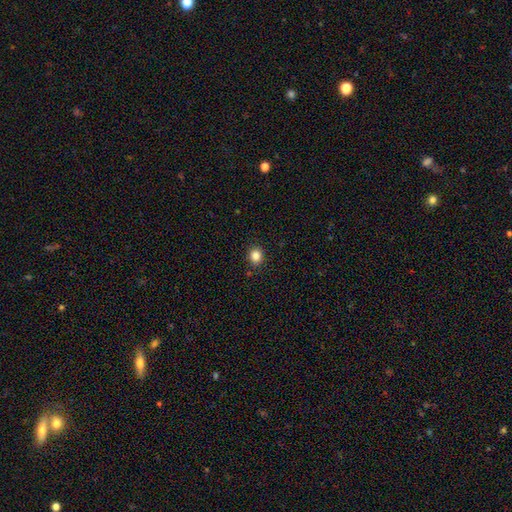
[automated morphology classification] Smooth or featured?
  - smooth: 84% *
  - star or artifact: 11%
  - featured or disk: 4%
How rounded?
  - round: 76% *
  - in between: 24%
  - cigar-shaped: 1%
Merging?
  - none: 90% *
  - minor disturbance: 7%
  - major disturbance: 2%
  - merger: 1%